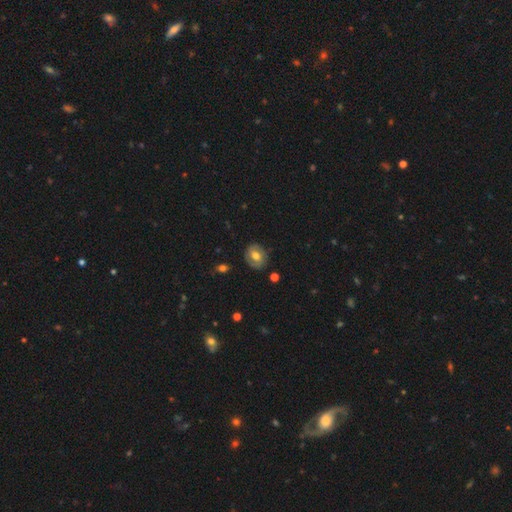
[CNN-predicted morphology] smooth-or-featured: smooth: 52% | featured or disk: 40% | star or artifact: 8%
  how-rounded: round: 56% | in between: 43% | cigar-shaped: 1%
  merging: none: 82% | minor disturbance: 13% | major disturbance: 4% | merger: 1%